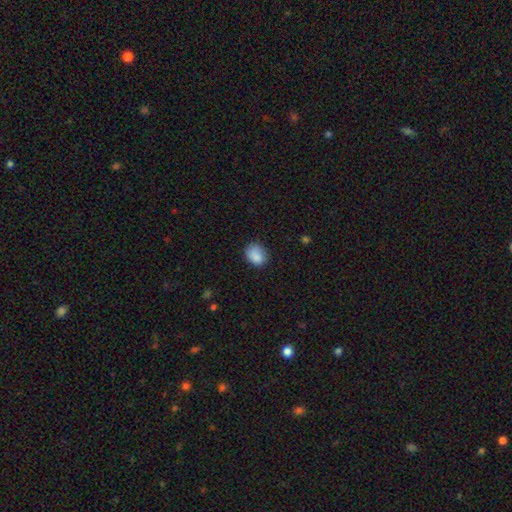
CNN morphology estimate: A smooth galaxy with no disk features (86%) that is in between round and cigar-shaped (54%). Merging: none (70%).